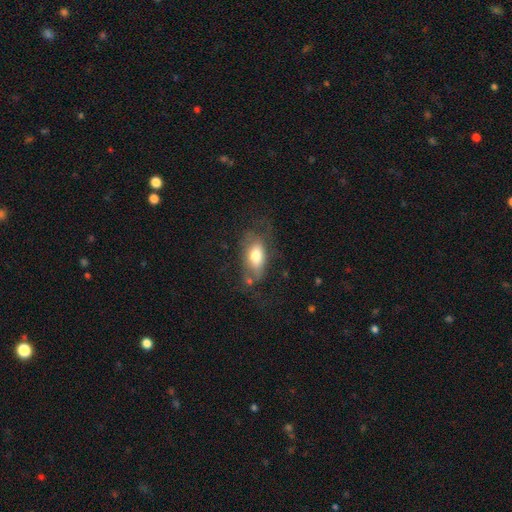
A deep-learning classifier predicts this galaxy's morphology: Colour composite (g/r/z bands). It shows a smooth galaxy with no disk features (62%) that is in between round and cigar-shaped (87%). Merging: none (44%).